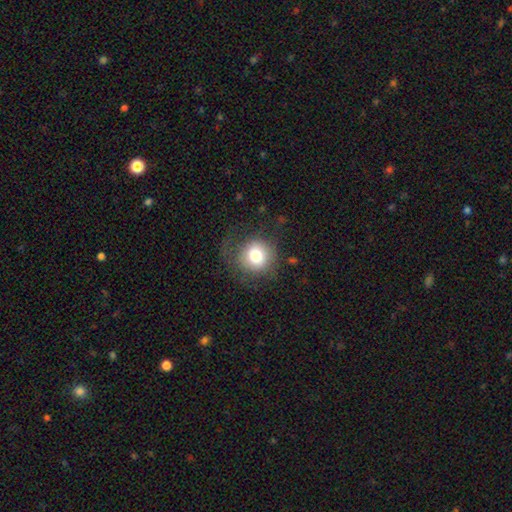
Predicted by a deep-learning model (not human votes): Smooth or featured? Predicted: smooth (p=0.77). How rounded? Predicted: round (p=0.90). Merging? Predicted: none (p=0.67).